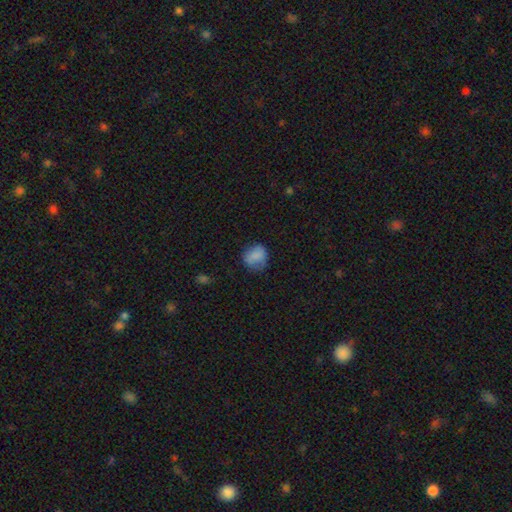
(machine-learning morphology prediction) Smooth or featured? Predicted: smooth (p=0.82). How rounded? Predicted: round (p=0.70). Merging? Predicted: none (p=0.68).